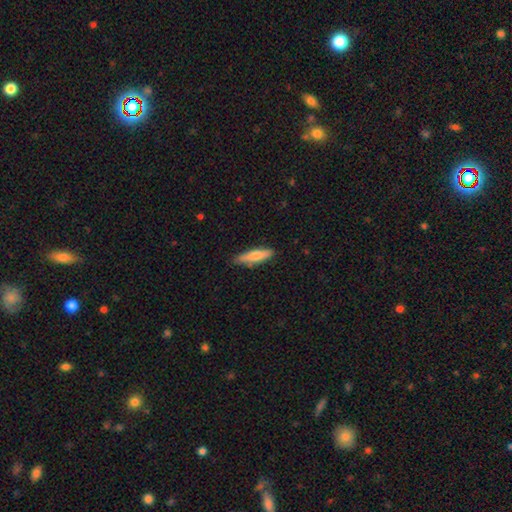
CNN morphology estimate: A smooth galaxy with no disk features (69%) that is cigar-shaped (75%).

Vote fractions:
- Smooth or featured? smooth: 69% / featured or disk: 26% / star or artifact: 6%
- How rounded? cigar-shaped: 75% / in between: 24% / round: 2%
- Merging? none: 81% / minor disturbance: 15% / major disturbance: 2% / merger: 1%